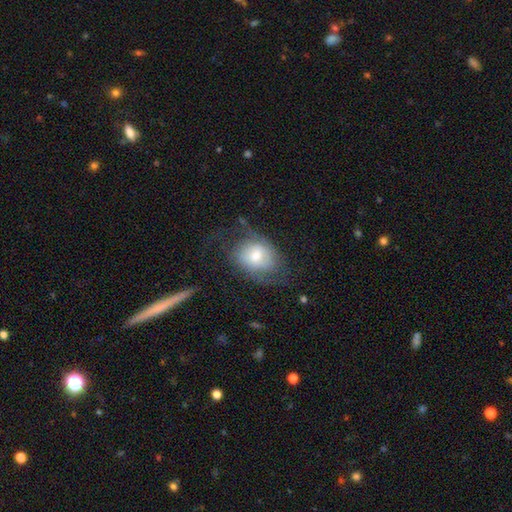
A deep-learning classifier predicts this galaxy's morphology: Smooth or featured? featured or disk (47%)
Merging? none (46%)